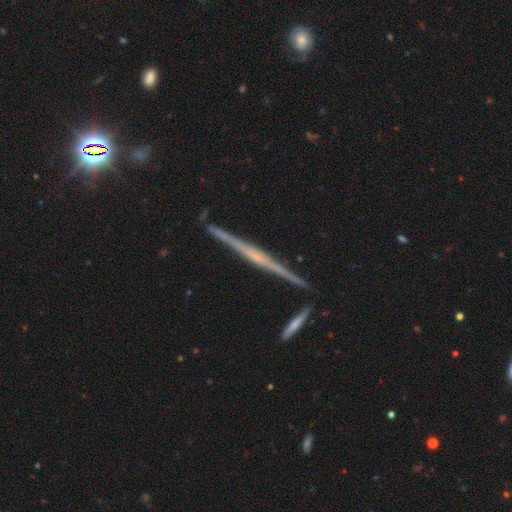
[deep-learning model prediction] A featured or disk galaxy (79%) viewed edge-on (98%) with no central bulge (48%). Merging: none (89%).